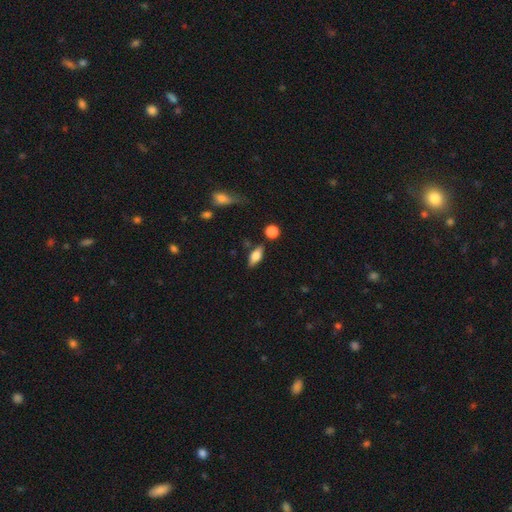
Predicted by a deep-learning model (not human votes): The model was most divided on "smooth or featured": smooth: 66%, featured or disk: 26%, star or artifact: 8%. More confident: merging — none (78%); how rounded — in between (78%).